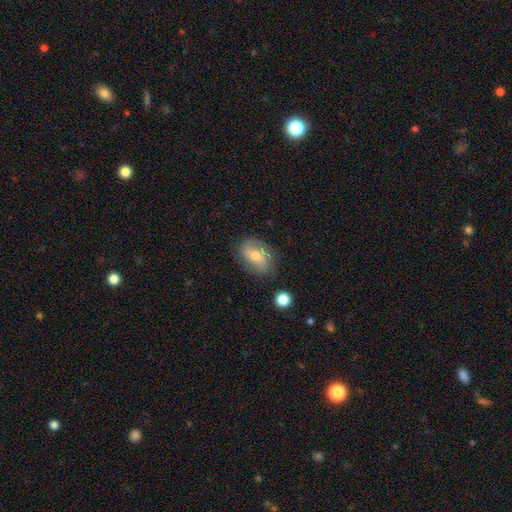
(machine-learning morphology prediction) A featured or disk galaxy (50%).

Vote fractions:
- Smooth or featured? featured or disk: 50% / smooth: 40% / star or artifact: 10%
- Edge-on disk? no: 94% / yes: 6%
- Merging? none: 74% / minor disturbance: 18% / major disturbance: 5% / merger: 2%